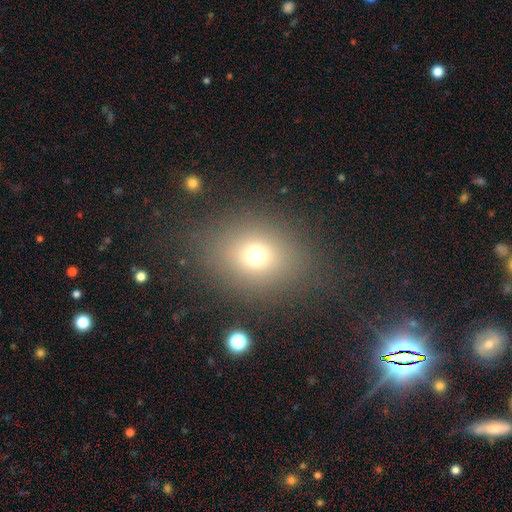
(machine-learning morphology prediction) Q: Smooth or featured?
A: smooth (69%); runner-up: star or artifact (19%)
Q: How rounded?
A: round (59%); runner-up: in between (40%)
Q: Merging?
A: none (82%); runner-up: minor disturbance (10%)